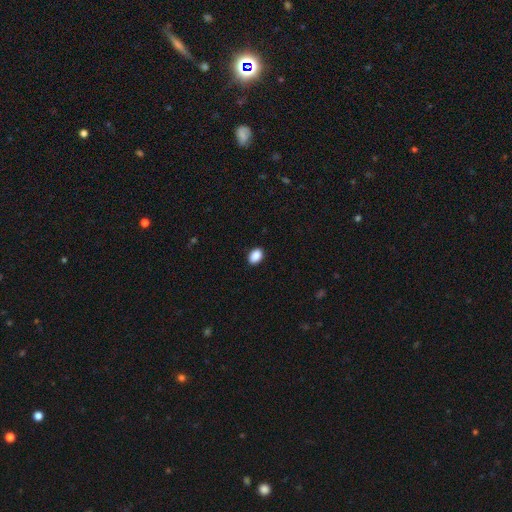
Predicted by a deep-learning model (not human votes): A smooth galaxy with no disk features (90%) that is in between round and cigar-shaped (82%).

Vote fractions:
- Smooth or featured? smooth: 90% / star or artifact: 7% / featured or disk: 2%
- How rounded? in between: 82% / round: 17% / cigar-shaped: 1%
- Merging? none: 90% / minor disturbance: 8% / major disturbance: 2% / merger: 1%